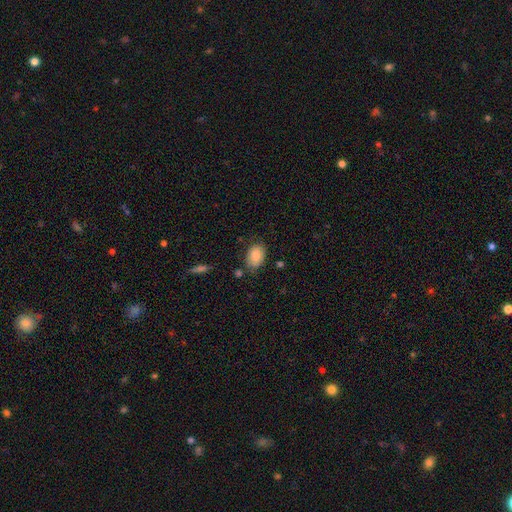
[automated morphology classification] This is clearly a smooth galaxy (85%). How rounded: clearly in between (86%). Merging: likely none (73%).